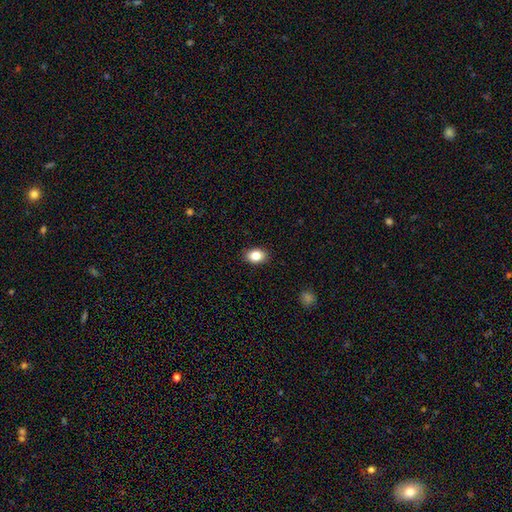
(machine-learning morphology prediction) The model was most divided on "how rounded": in between: 74%, round: 25%, cigar-shaped: 1%. More confident: merging — none (90%); smooth or featured — smooth (84%).